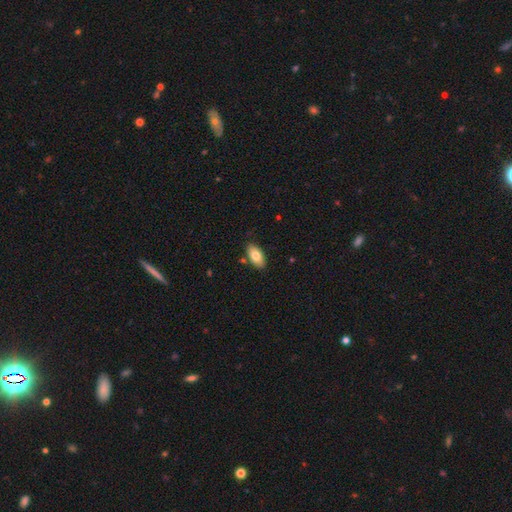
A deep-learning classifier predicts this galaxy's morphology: type=smooth (77%); roundness=in between (93%); merging=none (84%).